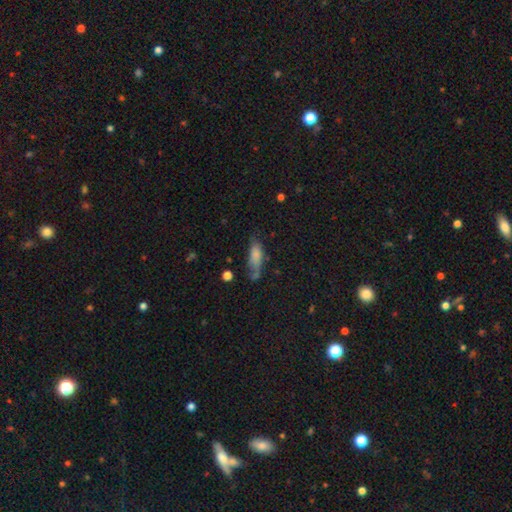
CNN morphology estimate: Smooth or featured: smooth — 73% (featured or disk — 18%)
How rounded: in between — 64% (cigar-shaped — 33%)
Merging: none — 45% (minor disturbance — 31%)